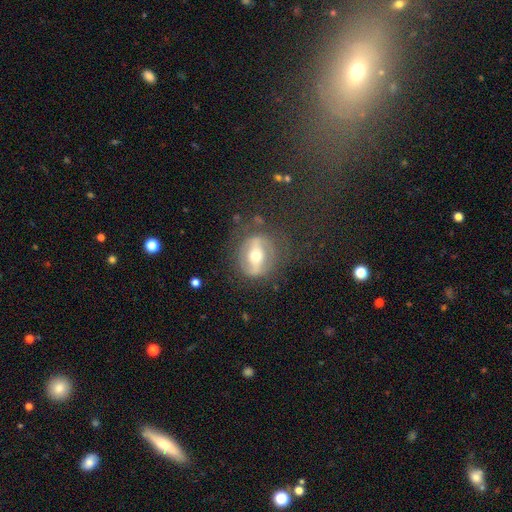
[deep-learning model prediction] Smooth or featured: featured or disk — 71% (smooth — 20%)
Edge-on disk: no — 90% (yes — 10%)
Bar: strong — 58% (weak — 25%)
Spiral arms: yes — 52% (no — 48%)
Bulge size: moderate — 69% (small — 23%)
Merging: none — 71% (minor disturbance — 16%)